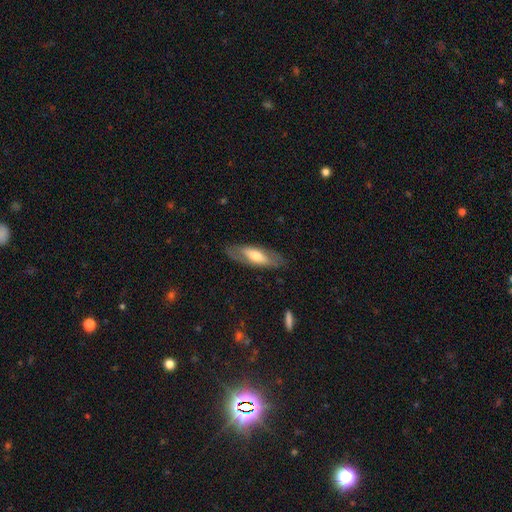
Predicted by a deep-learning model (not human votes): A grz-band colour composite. It shows a smooth galaxy with no disk features (50%) that is in between round and cigar-shaped (57%). Merging: none (80%).